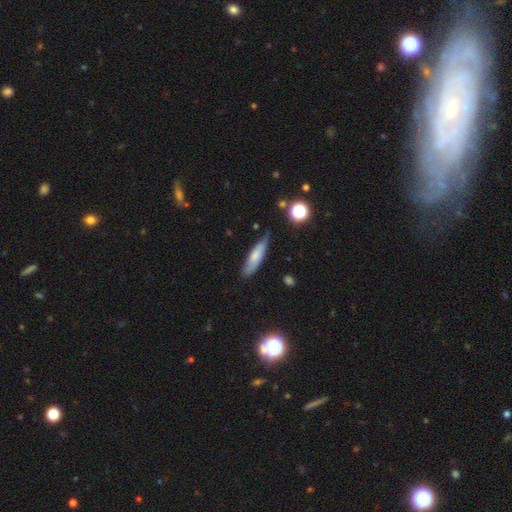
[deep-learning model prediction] The model was most divided on "merging": none: 62%, minor disturbance: 29%, major disturbance: 6%, merger: 2%. More confident: how rounded — cigar-shaped (67%); smooth or featured — smooth (67%).